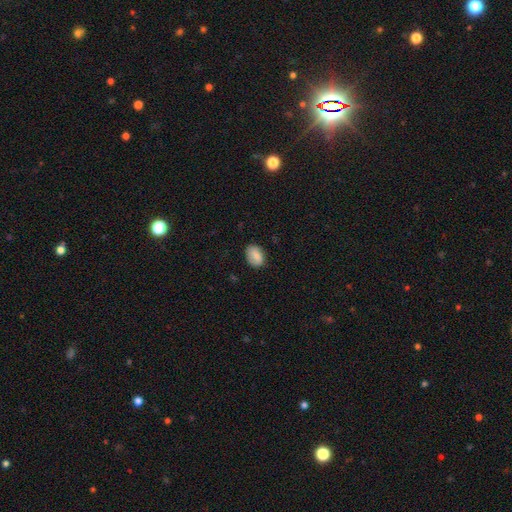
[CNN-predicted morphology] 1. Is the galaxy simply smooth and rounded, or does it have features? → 80% smooth, 13% featured or disk, 8% star or artifact.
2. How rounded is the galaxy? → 77% in between, 22% round, 1% cigar-shaped.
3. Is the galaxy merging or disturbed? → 80% none, 15% minor disturbance, 3% major disturbance, 1% merger.